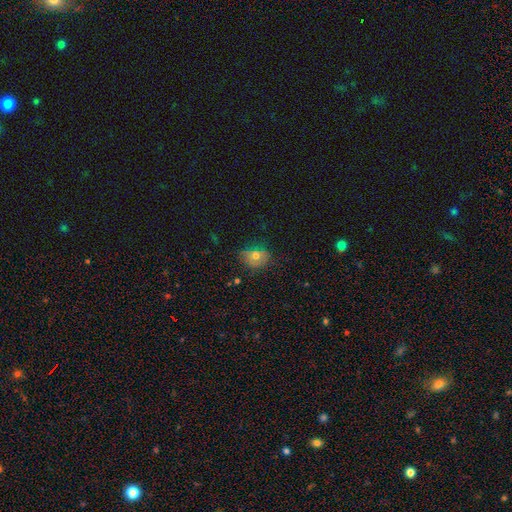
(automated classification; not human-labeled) Morphology: type=smooth (64%); roundness=round (57%); merging=none (68%).